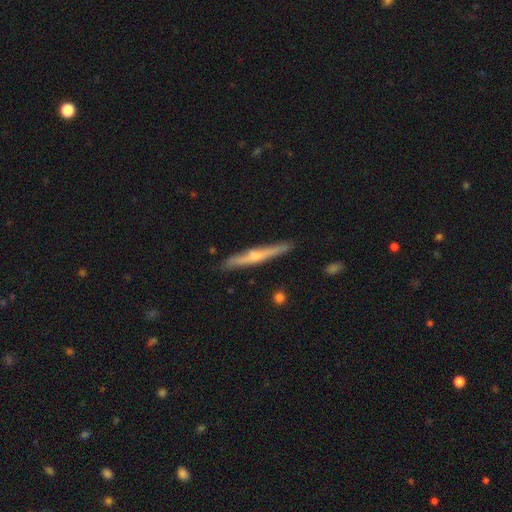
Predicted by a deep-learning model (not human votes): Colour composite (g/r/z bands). It shows a featured or disk galaxy (67%) viewed edge-on (97%) with a rounded central bulge (80%). Merging: none (88%).